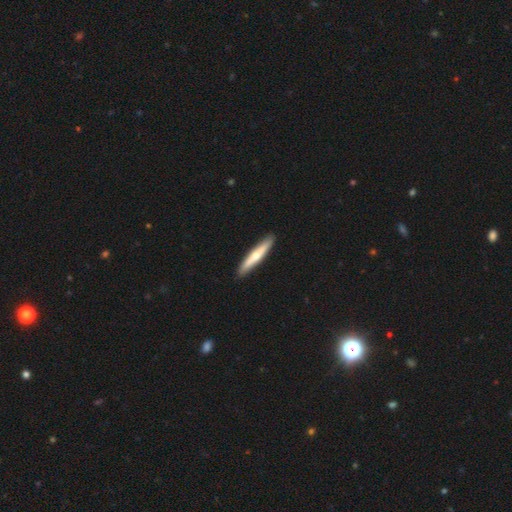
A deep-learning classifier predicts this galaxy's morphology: The model was most divided on "smooth or featured": smooth: 52%, featured or disk: 43%, star or artifact: 5%. More confident: how rounded — cigar-shaped (92%); merging — none (91%).